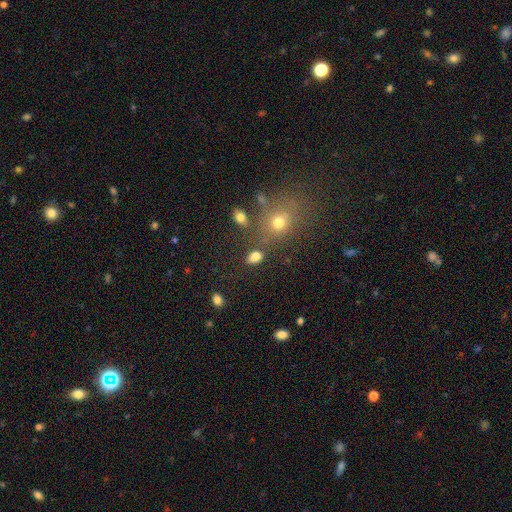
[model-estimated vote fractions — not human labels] Smooth or featured?
  - smooth: 80% *
  - star or artifact: 12%
  - featured or disk: 7%
How rounded?
  - in between: 84% *
  - round: 13%
  - cigar-shaped: 3%
Merging?
  - none: 70% *
  - minor disturbance: 14%
  - merger: 10%
  - major disturbance: 6%